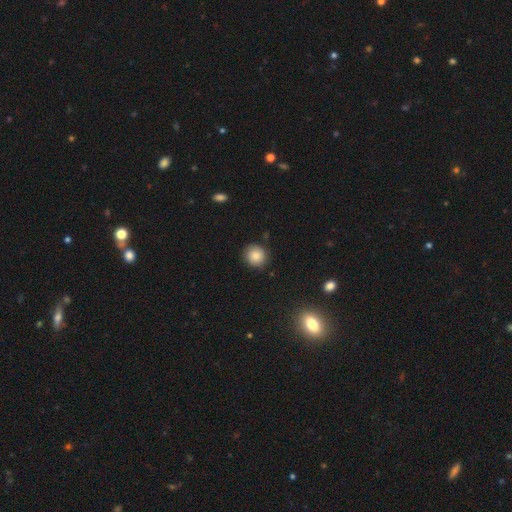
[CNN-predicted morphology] Q: Smooth or featured?
A: smooth (80%); runner-up: star or artifact (10%)
Q: How rounded?
A: round (90%); runner-up: in between (9%)
Q: Merging?
A: none (86%); runner-up: minor disturbance (11%)